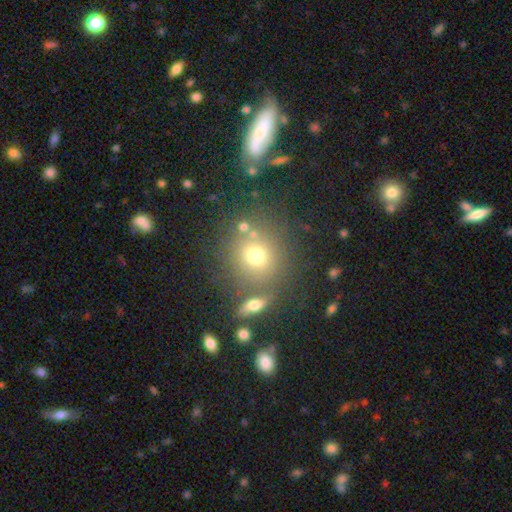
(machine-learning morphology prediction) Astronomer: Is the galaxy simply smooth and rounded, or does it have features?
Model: smooth — 70%.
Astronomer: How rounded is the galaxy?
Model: round — 84%.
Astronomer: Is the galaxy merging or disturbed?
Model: none — 69%.